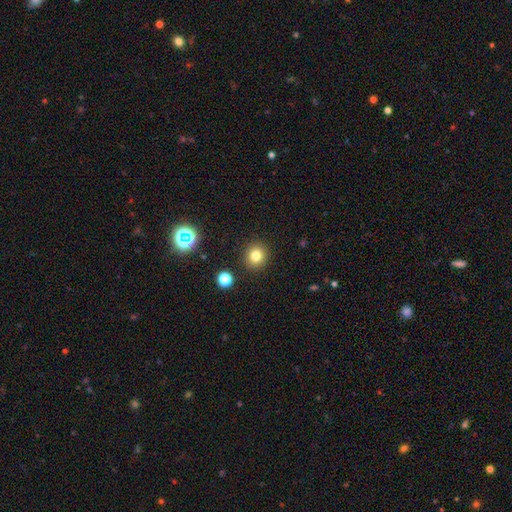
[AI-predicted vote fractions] This appears to be a smooth galaxy with no disk features (79%) that is round (89%). Merging: none (90%).